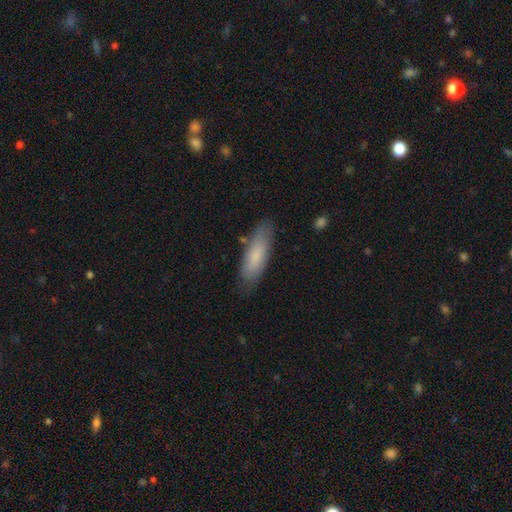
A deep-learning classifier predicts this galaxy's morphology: type=smooth (79%); roundness=in between (50%); merging=none (79%).